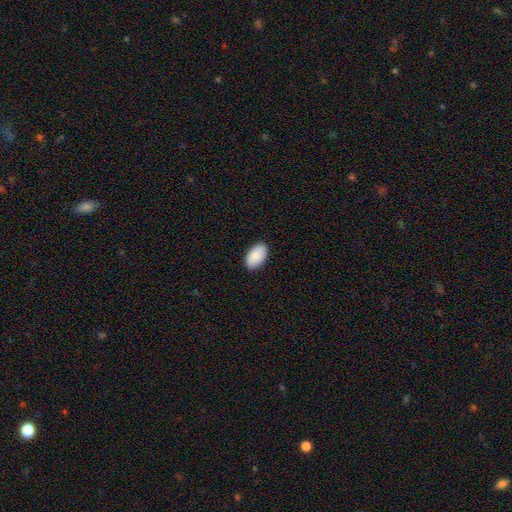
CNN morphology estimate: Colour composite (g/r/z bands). It shows a smooth galaxy with no disk features (90%) that is in between round and cigar-shaped (95%). Merging: none (89%).